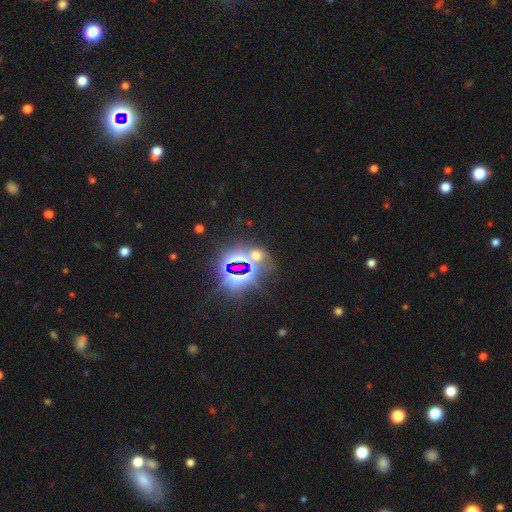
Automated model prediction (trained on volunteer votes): smooth-or-featured: star or artifact: 63% | smooth: 28% | featured or disk: 9%